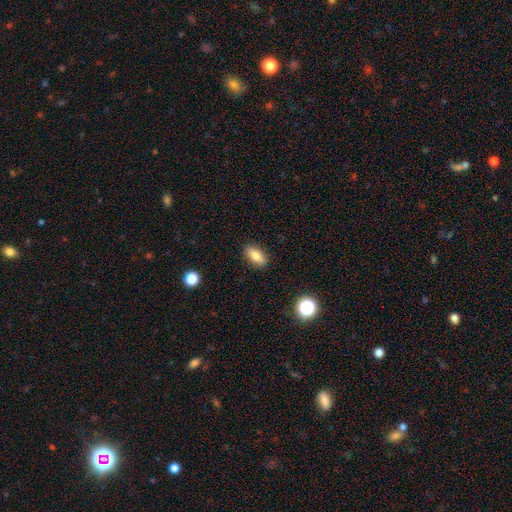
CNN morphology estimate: A smooth galaxy with no disk features (81%) that is in between round and cigar-shaped (85%). Merging: none (88%).